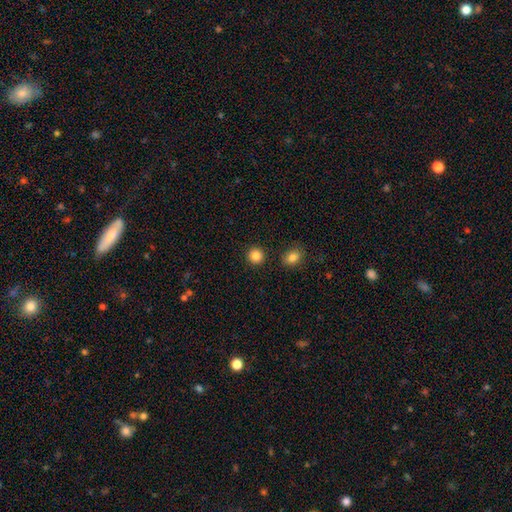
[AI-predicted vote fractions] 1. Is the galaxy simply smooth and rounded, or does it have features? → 86% smooth, 10% star or artifact, 3% featured or disk.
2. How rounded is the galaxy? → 93% round, 6% in between, 1% cigar-shaped.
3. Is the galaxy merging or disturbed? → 91% none, 5% minor disturbance, 3% merger, 2% major disturbance.